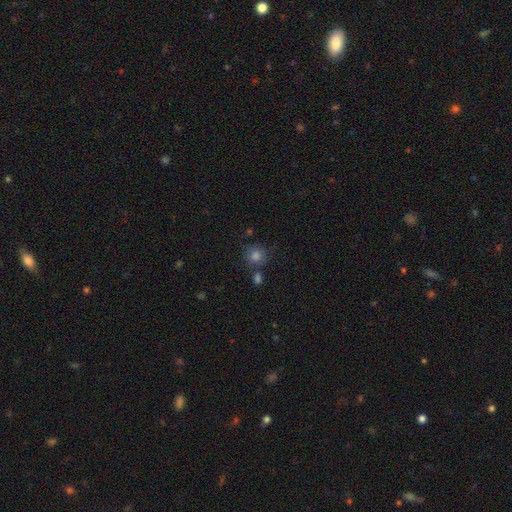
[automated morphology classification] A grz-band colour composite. It shows a smooth galaxy with no disk features (79%) that is round (88%). Merging: none (74%).